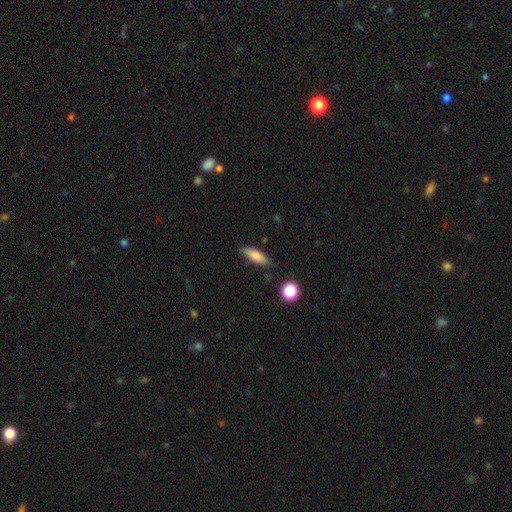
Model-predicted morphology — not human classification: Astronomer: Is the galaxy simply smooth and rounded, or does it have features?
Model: smooth — 77%.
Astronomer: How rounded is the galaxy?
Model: cigar-shaped — 50% (runner-up: in between, 47%).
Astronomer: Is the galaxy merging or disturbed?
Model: none — 79%.